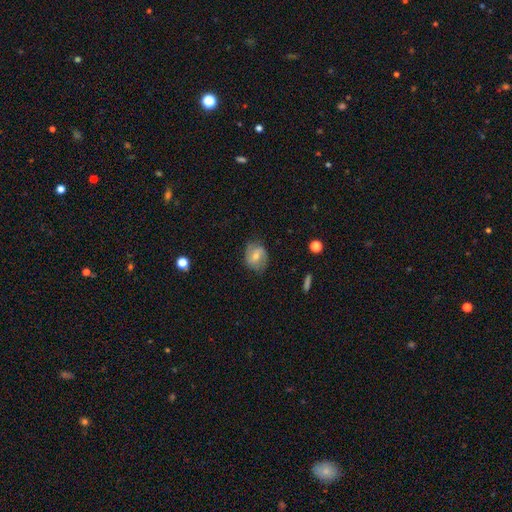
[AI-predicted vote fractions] Morphology: type=featured or disk (55%); edge-on=no (96%); bar=weak (47%); spiral arms=yes (84%); bulge=moderate (50%); merging=none (71%).